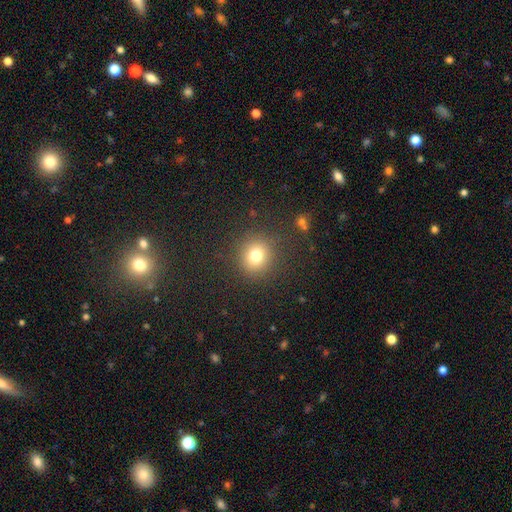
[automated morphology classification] A smooth galaxy with no disk features (75%) that is round (90%). Merging: none (88%).